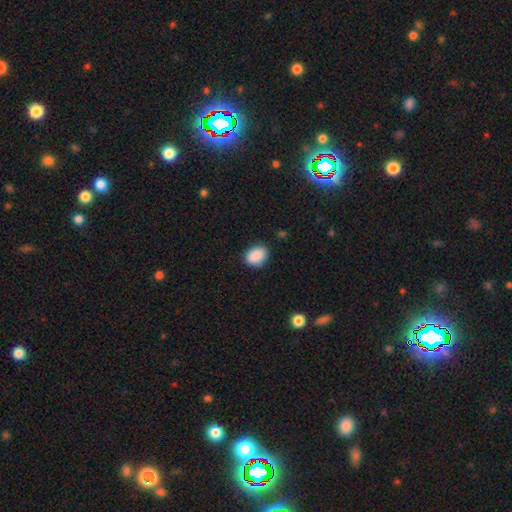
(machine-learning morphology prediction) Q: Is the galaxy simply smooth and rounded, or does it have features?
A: smooth — 89%.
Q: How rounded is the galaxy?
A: in between — 70%.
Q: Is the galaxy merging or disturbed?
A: none — 84%.